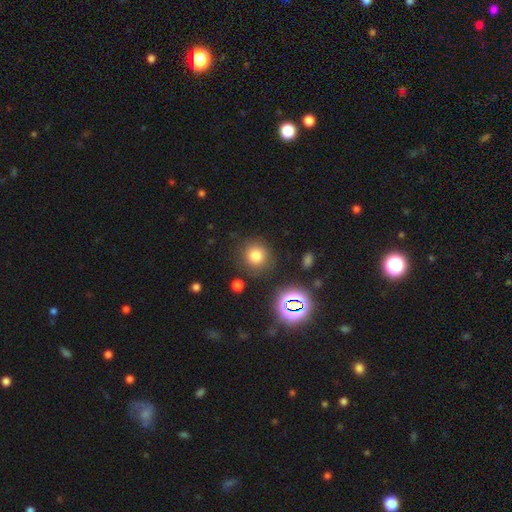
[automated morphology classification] Smooth or featured? smooth (76%)
How rounded? round (89%)
Merging? none (84%)